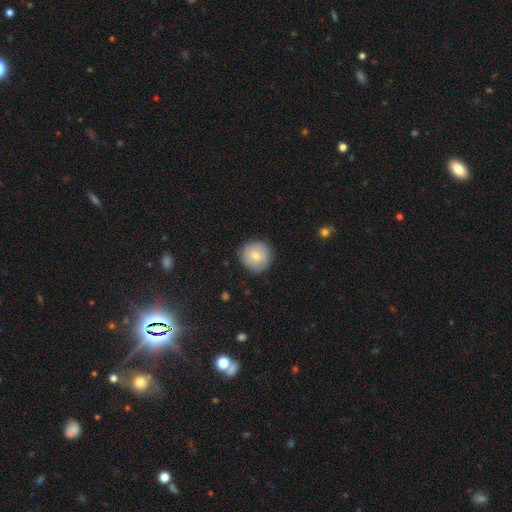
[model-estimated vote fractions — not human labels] This is likely a smooth galaxy (73%). How rounded: clearly round (95%). Merging: clearly none (87%).